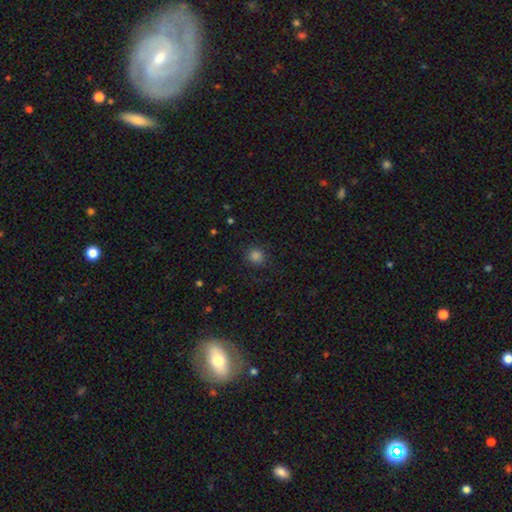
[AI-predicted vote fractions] Smooth or featured? Predicted: smooth (p=0.80). How rounded? Predicted: round (p=0.86). Merging? Predicted: none (p=0.82).